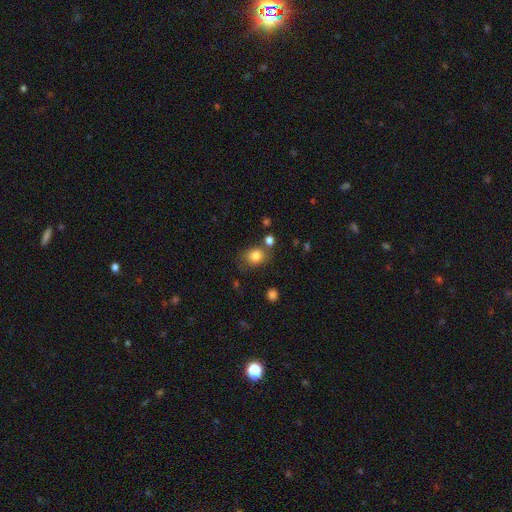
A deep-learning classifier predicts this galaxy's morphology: smooth-or-featured: smooth: 82% | star or artifact: 10% | featured or disk: 7%
  how-rounded: round: 54% | in between: 45% | cigar-shaped: 1%
  merging: none: 68% | minor disturbance: 16% | merger: 11% | major disturbance: 6%